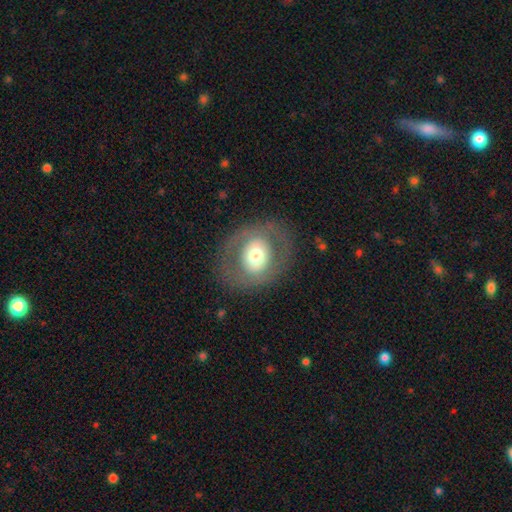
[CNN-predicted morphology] The model was most divided on "smooth or featured": smooth: 49%, featured or disk: 43%, star or artifact: 8%. More confident: merging — none (80%).